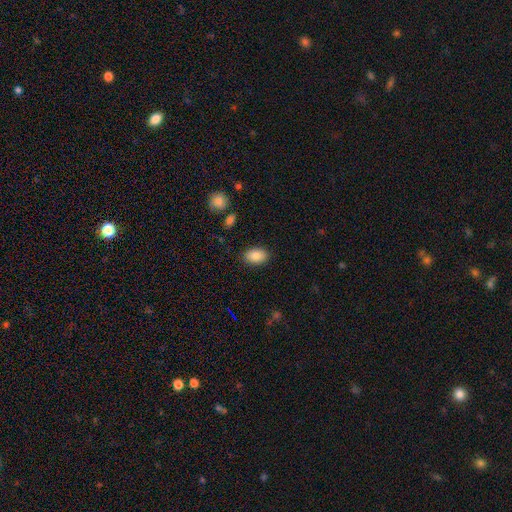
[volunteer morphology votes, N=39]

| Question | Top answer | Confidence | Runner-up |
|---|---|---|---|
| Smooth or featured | smooth | 90% | star or artifact (10%) |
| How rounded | in between | 91% | round (9%) |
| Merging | none | 86% | minor disturbance (11%) |